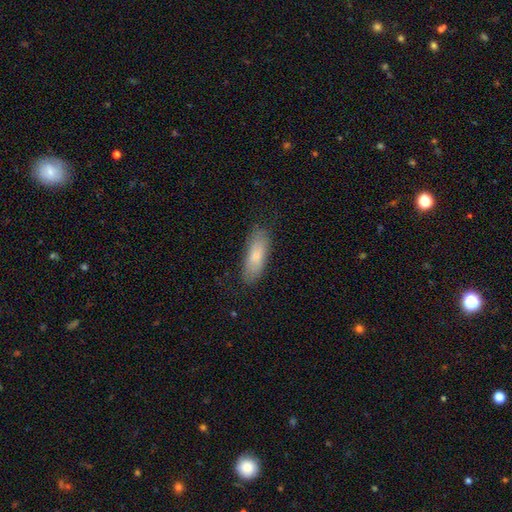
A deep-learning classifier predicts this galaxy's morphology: Smooth or featured? smooth (78%)
How rounded? in between (56%)
Merging? none (77%)